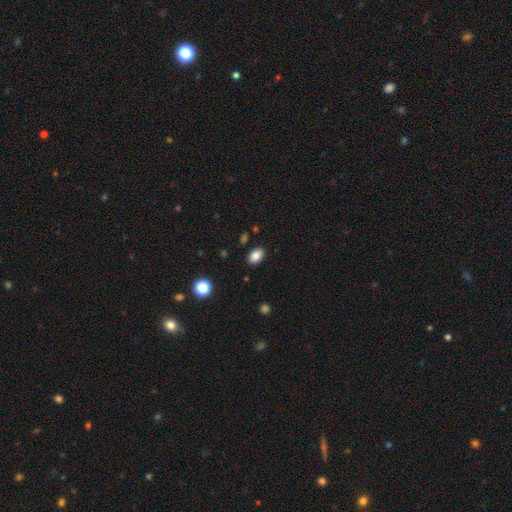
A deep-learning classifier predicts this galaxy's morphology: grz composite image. It shows a smooth galaxy with no disk features (86%) that is in between round and cigar-shaped (86%). Merging: none (87%).